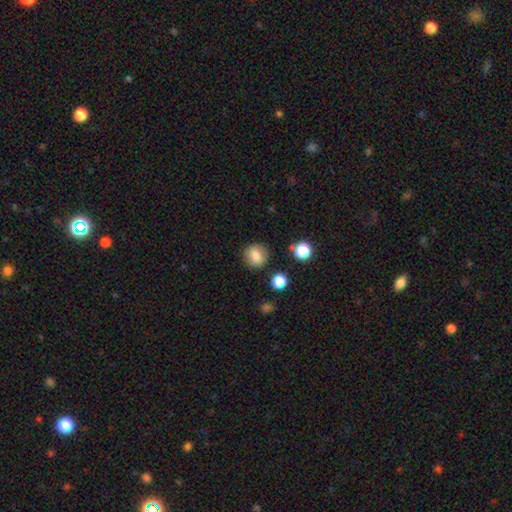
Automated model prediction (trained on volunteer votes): smooth-or-featured: smooth: 81% | star or artifact: 10% | featured or disk: 9%
  how-rounded: round: 88% | in between: 11% | cigar-shaped: 1%
  merging: none: 86% | minor disturbance: 9% | major disturbance: 3% | merger: 2%